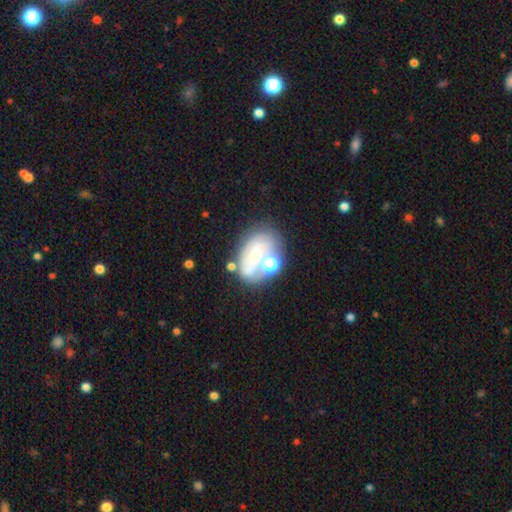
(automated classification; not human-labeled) This is possibly a featured or disk galaxy (49%). Merging: marginally none (39%).